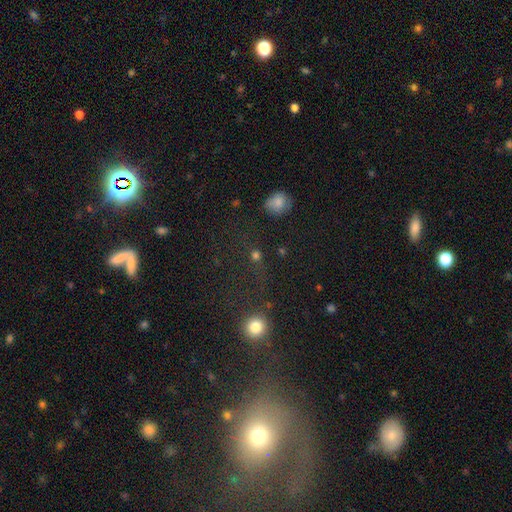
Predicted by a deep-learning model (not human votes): Smooth or featured?
  - smooth: 60% *
  - star or artifact: 31%
  - featured or disk: 9%
How rounded?
  - round: 86% *
  - in between: 12%
  - cigar-shaped: 2%
Merging?
  - none: 71% *
  - minor disturbance: 11%
  - major disturbance: 10%
  - merger: 7%